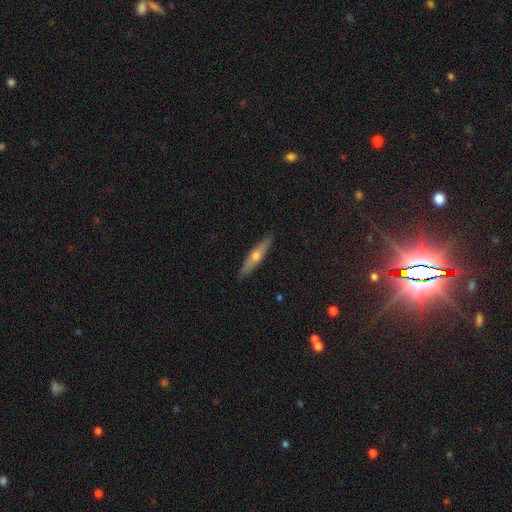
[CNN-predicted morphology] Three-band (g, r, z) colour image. It shows a featured or disk galaxy (56%) viewed edge-on (90%) with a rounded central bulge (88%). Merging: none (90%).